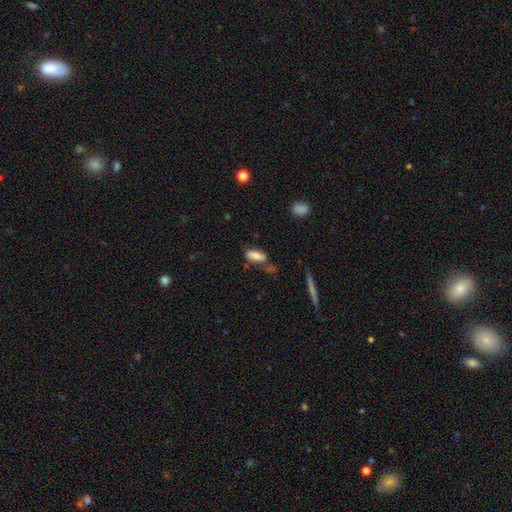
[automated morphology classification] smooth 74%, featured or disk 18%, star or artifact 8%. Down the decision tree: how rounded — in between (72%); merging — none (51%).